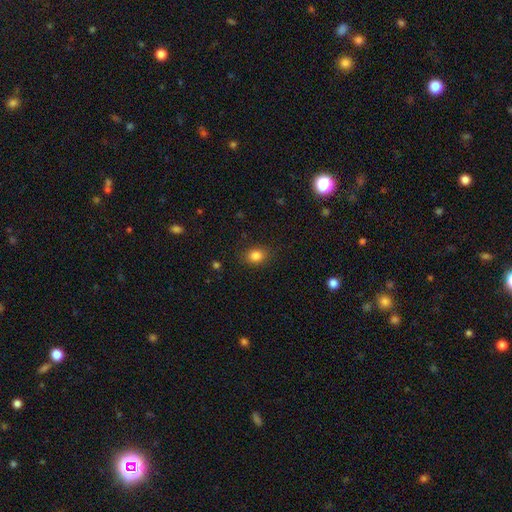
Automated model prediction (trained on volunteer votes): A smooth galaxy with no disk features (83%) that is in between round and cigar-shaped (59%).

Vote fractions:
- Smooth or featured? smooth: 83% / star or artifact: 11% / featured or disk: 6%
- How rounded? in between: 59% / round: 40% / cigar-shaped: 1%
- Merging? none: 86% / minor disturbance: 11% / major disturbance: 3% / merger: 1%